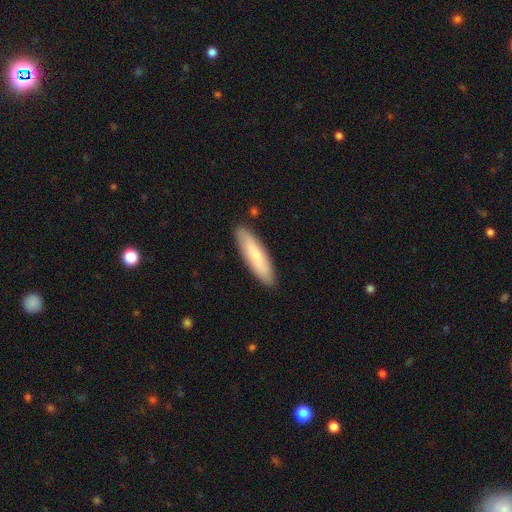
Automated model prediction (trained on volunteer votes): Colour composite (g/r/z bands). It shows a smooth galaxy with no disk features (69%) that is cigar-shaped (68%). Merging: none (88%).